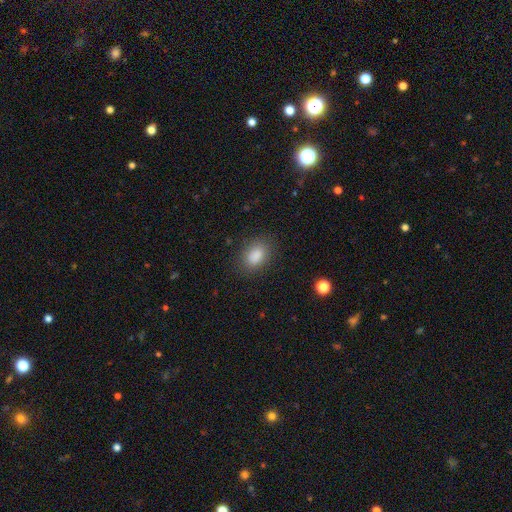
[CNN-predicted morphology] A smooth galaxy with no disk features (87%) that is in between round and cigar-shaped (81%). Merging: none (82%).